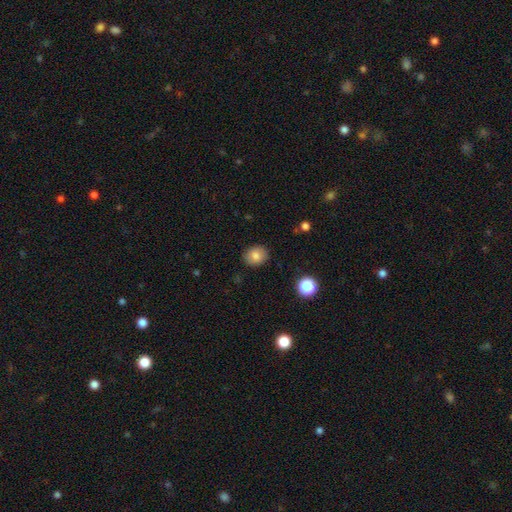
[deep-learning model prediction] This is clearly a smooth galaxy (82%). How rounded: possibly round (57%). Merging: clearly none (89%).